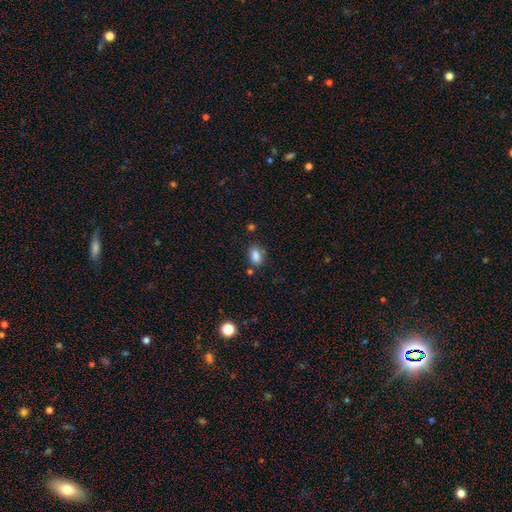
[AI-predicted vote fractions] This is clearly a smooth galaxy (85%). How rounded: likely in between (76%). Merging: likely none (73%).